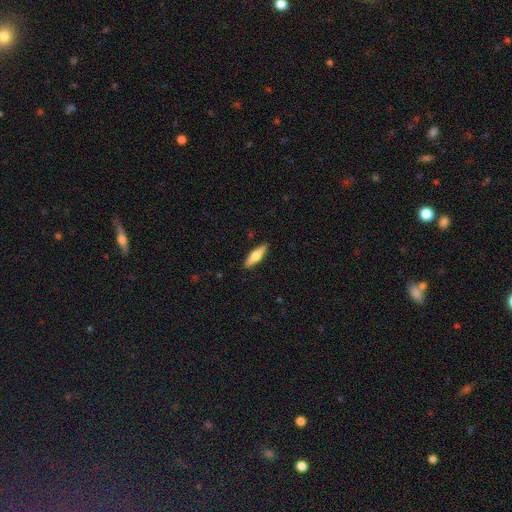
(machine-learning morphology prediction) smooth 49%, featured or disk 45%, star or artifact 5%. Down the decision tree: merging — none (90%).